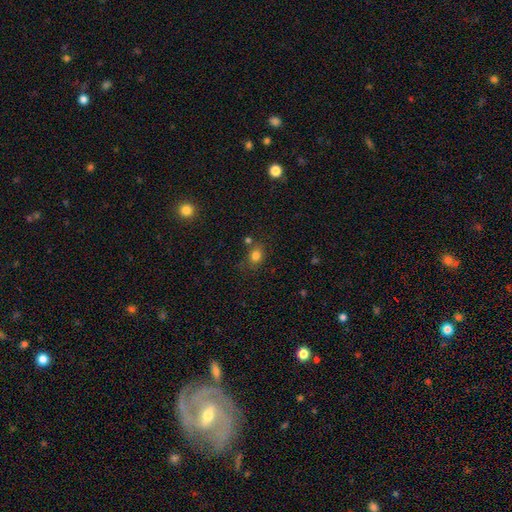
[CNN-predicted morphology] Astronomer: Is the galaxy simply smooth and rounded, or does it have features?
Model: smooth — 80%.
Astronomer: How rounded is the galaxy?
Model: round — 55% (runner-up: in between, 44%).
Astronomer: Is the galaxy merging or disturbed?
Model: none — 69%.